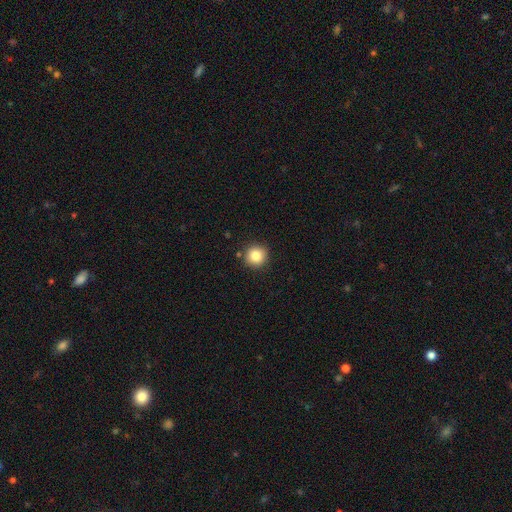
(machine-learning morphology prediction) This is clearly a smooth galaxy (84%). How rounded: clearly round (93%). Merging: clearly none (88%).